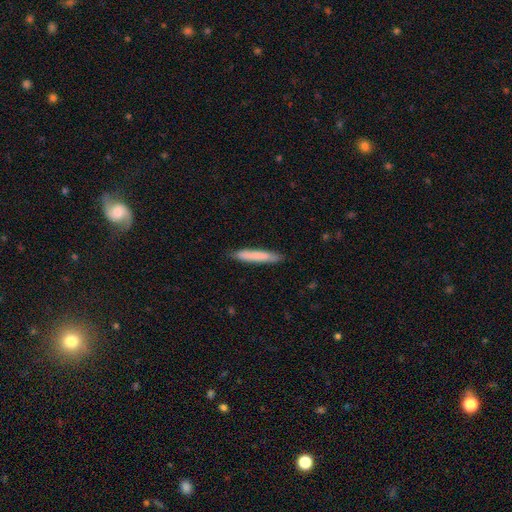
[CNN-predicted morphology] type=smooth (77%); roundness=cigar-shaped (94%); merging=none (87%).